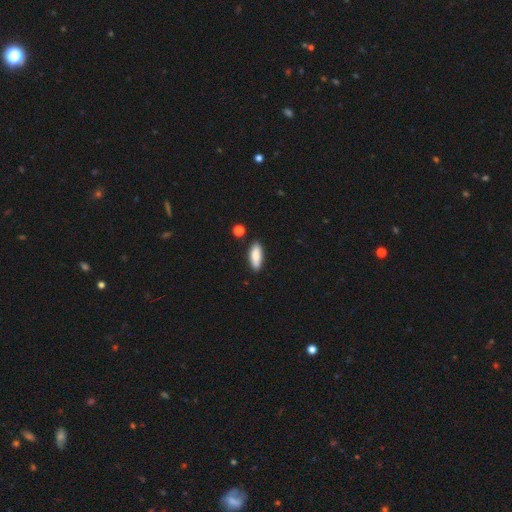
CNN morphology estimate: A smooth galaxy with no disk features (85%) that is in between round and cigar-shaped (67%). Merging: none (82%).